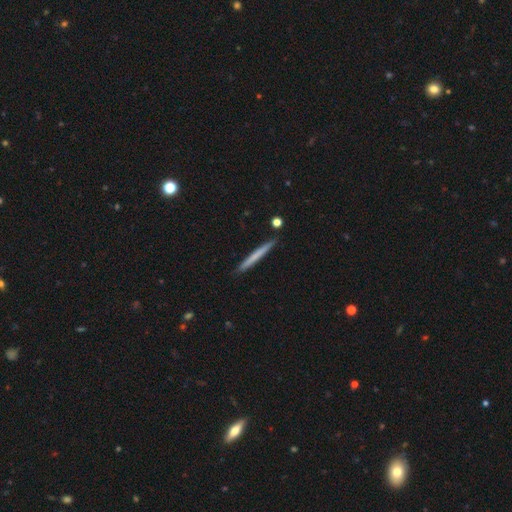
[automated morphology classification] This is likely a smooth galaxy (60%). How rounded: clearly cigar-shaped (97%). Merging: clearly none (91%).